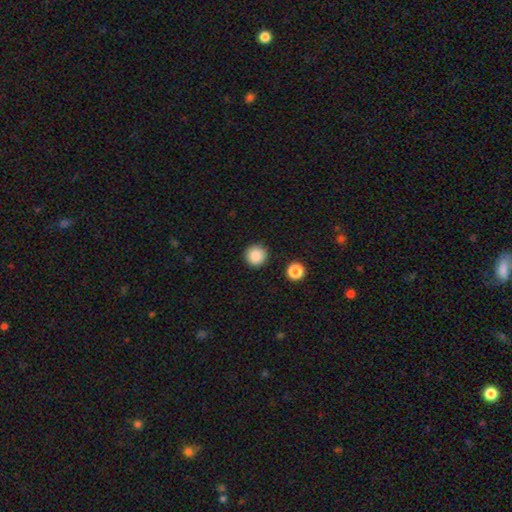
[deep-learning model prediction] This appears to be a smooth galaxy with no disk features (87%) that is round (95%). Merging: none (91%).